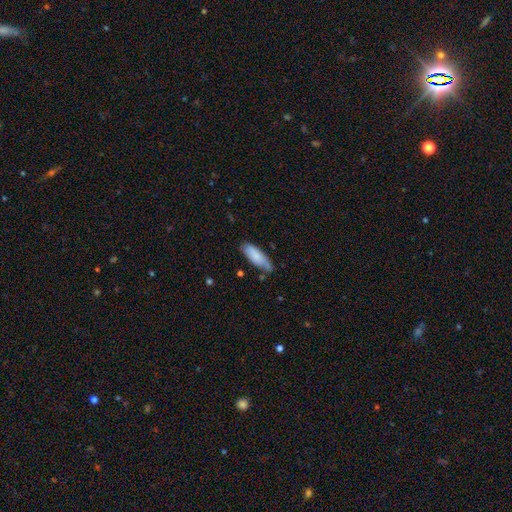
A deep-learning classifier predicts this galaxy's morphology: Smooth or featured? smooth (83%)
How rounded? in between (66%)
Merging? none (64%)